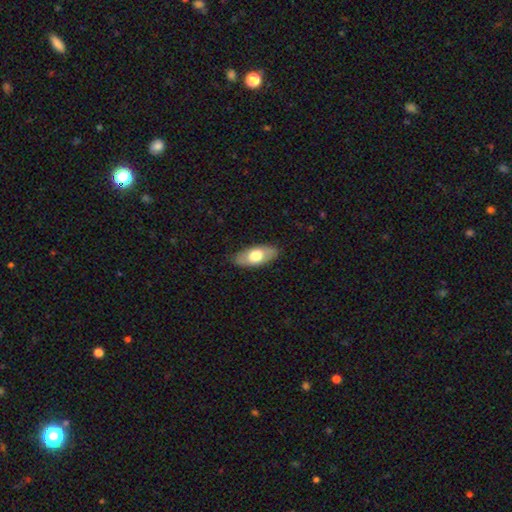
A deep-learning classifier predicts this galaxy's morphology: Smooth or featured? Predicted: smooth (p=0.64). How rounded? Predicted: in between (p=0.88). Merging? Predicted: none (p=0.85).